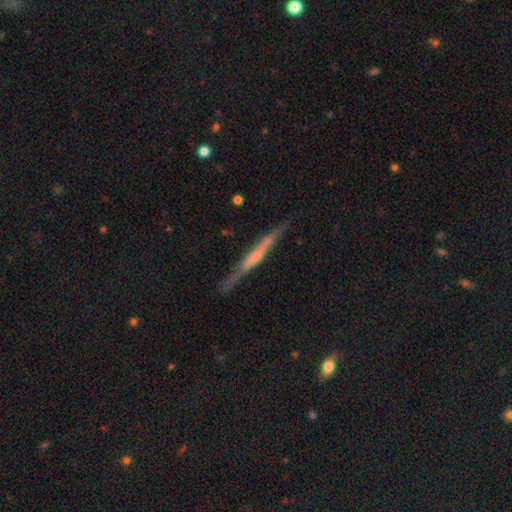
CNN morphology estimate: This is likely a featured or disk galaxy (64%). It is clearly viewed edge-on (94%). Edge-on bulge: possibly none (55%). Merging: clearly none (81%).